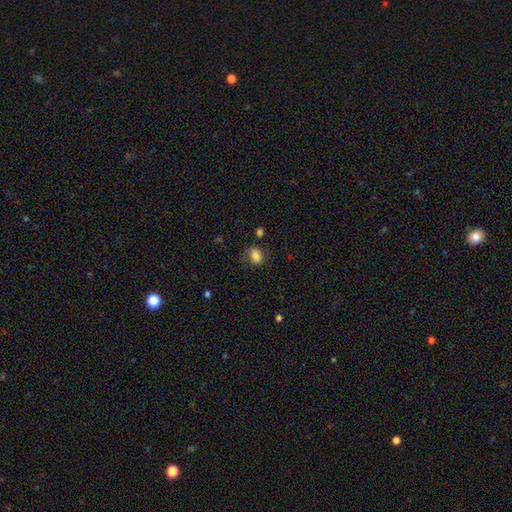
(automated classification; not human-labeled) A smooth galaxy with no disk features (84%) that is in between round and cigar-shaped (74%). Merging: none (74%).